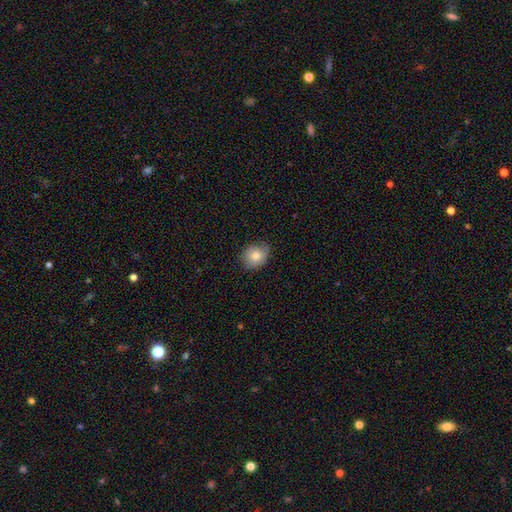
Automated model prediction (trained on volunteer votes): The model was most divided on "how rounded": round: 61%, in between: 38%, cigar-shaped: 1%. More confident: smooth or featured — smooth (79%); merging — none (77%).